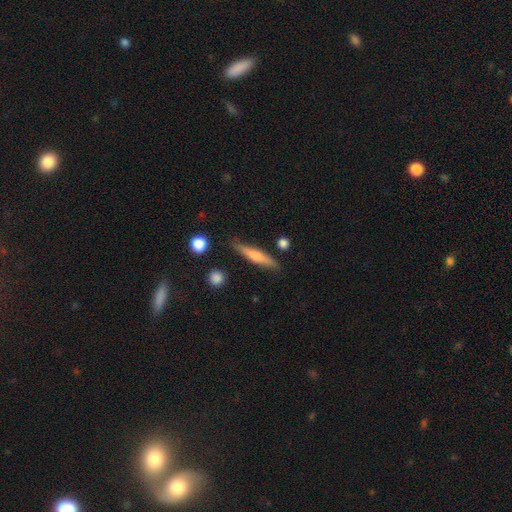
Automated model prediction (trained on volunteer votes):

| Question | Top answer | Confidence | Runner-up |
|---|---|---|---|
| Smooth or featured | smooth | 60% | featured or disk (34%) |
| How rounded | cigar-shaped | 87% | in between (11%) |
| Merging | none | 84% | minor disturbance (11%) |